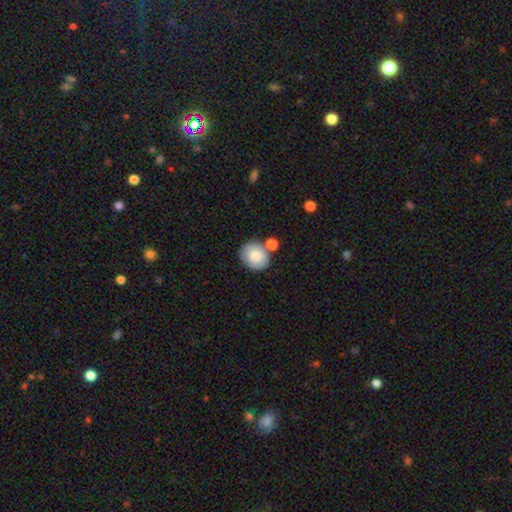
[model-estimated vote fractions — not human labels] This appears to be a smooth galaxy with no disk features (80%) that is round (69%). Merging: none (63%).